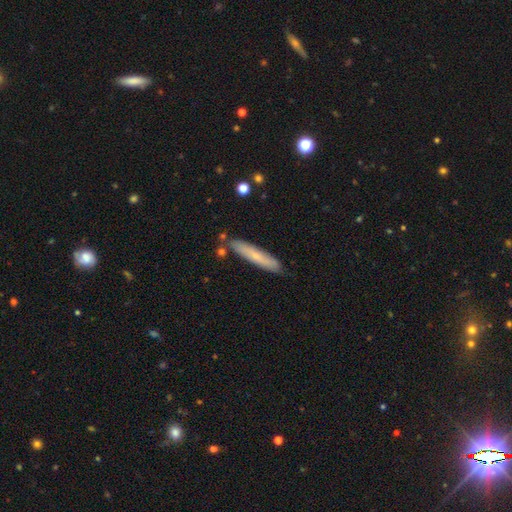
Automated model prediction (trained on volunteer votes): A smooth galaxy with no disk features (65%) that is cigar-shaped (91%). Merging: none (83%).